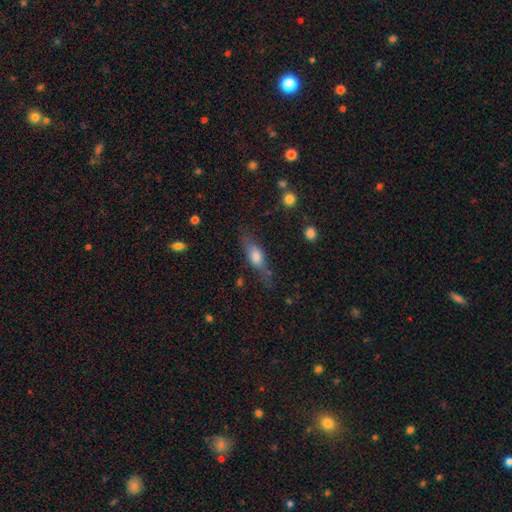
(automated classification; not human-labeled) Overall: smooth (63%; featured or disk 29%). How rounded: in between (59%; cigar-shaped 37%). Merging: none (62%; minor disturbance 24%).